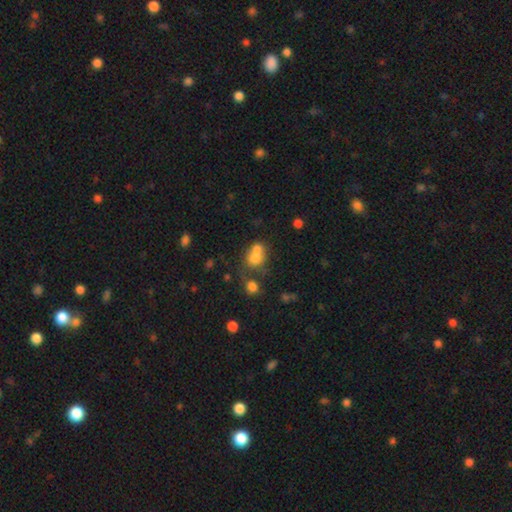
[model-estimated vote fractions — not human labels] This appears to be a smooth galaxy with no disk features (71%) that is round (59%). Merging: merger (57%).